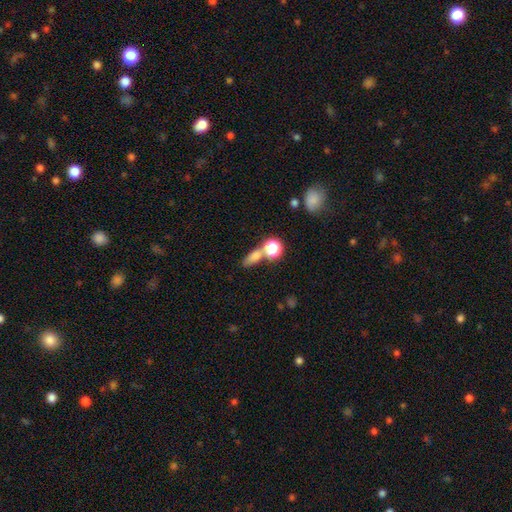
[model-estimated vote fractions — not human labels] A smooth galaxy with no disk features (68%) that is in between round and cigar-shaped (50%). Merging: none (54%).